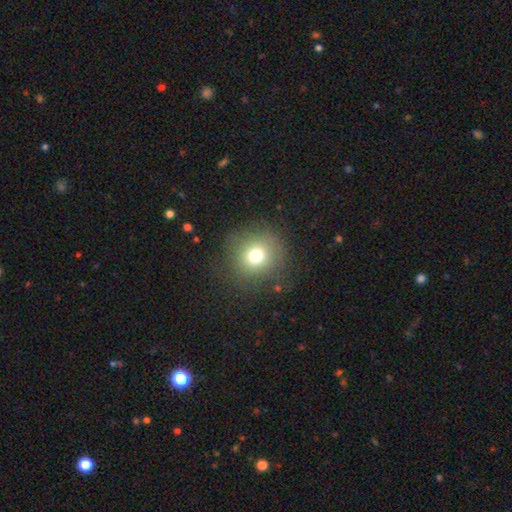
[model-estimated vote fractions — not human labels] This appears to be a smooth galaxy with no disk features (74%) that is round (90%). Merging: none (82%).